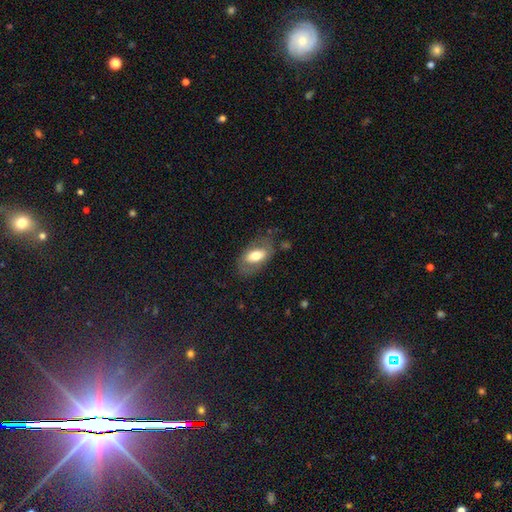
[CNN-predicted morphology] smooth_or_featured: smooth (p=0.62) [alt: featured or disk p=0.31]
how_rounded: in between (p=0.90) [alt: round p=0.05]
merging: none (p=0.67) [alt: minor disturbance p=0.20]